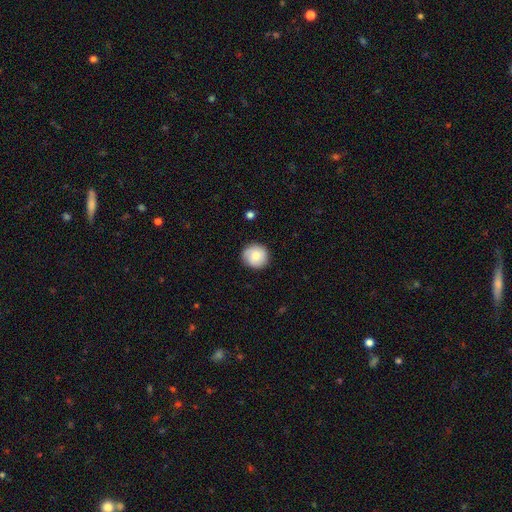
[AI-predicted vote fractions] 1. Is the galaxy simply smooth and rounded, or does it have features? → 78% smooth, 15% featured or disk, 7% star or artifact.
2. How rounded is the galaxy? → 93% round, 7% in between, 1% cigar-shaped.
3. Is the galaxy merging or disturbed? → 87% none, 10% minor disturbance, 2% major disturbance, 1% merger.